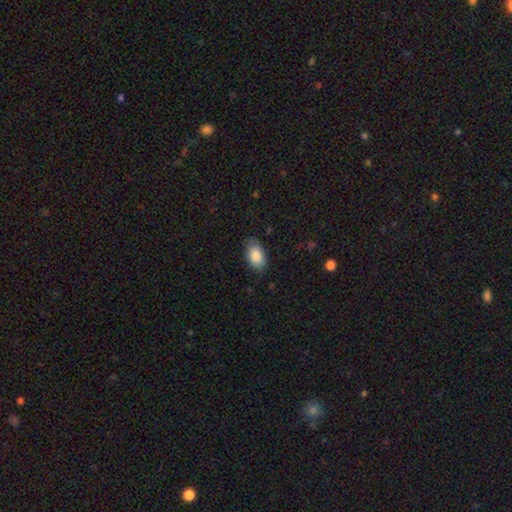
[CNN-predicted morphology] smooth 87%, featured or disk 7%, star or artifact 6%. Down the decision tree: how rounded — in between (92%); merging — none (78%).